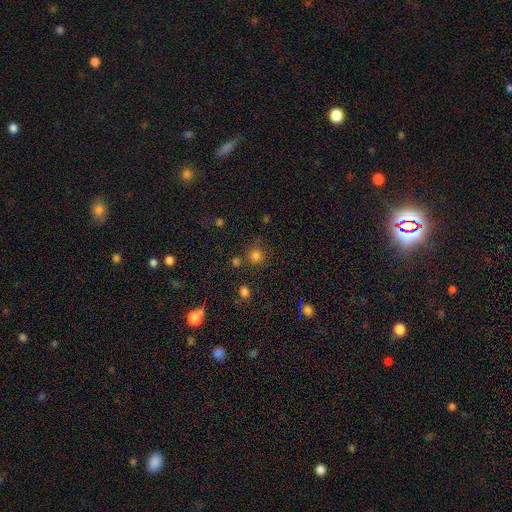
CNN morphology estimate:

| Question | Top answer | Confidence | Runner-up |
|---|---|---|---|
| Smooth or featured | smooth | 76% | star or artifact (18%) |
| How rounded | round | 89% | in between (10%) |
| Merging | none | 75% | minor disturbance (11%) |